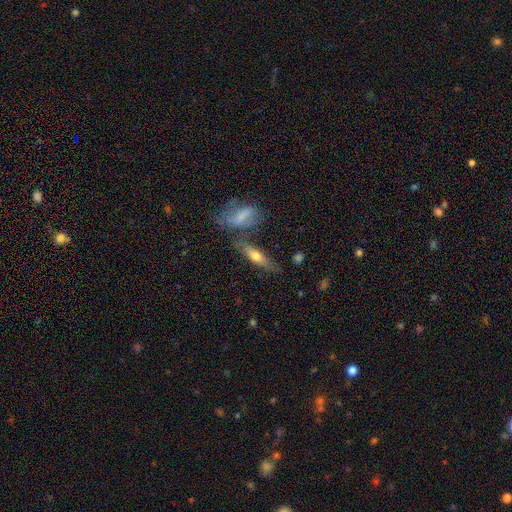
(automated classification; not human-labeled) Smooth or featured?
  - smooth: 55% *
  - featured or disk: 38%
  - star or artifact: 7%
How rounded?
  - cigar-shaped: 60% *
  - in between: 37%
  - round: 3%
Merging?
  - none: 61% *
  - merger: 17%
  - minor disturbance: 16%
  - major disturbance: 6%